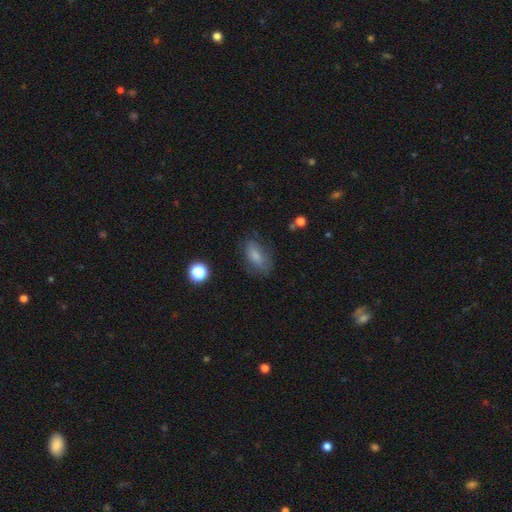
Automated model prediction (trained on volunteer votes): This appears to be a smooth galaxy with no disk features (74%) that is in between round and cigar-shaped (86%). Merging: none (69%).